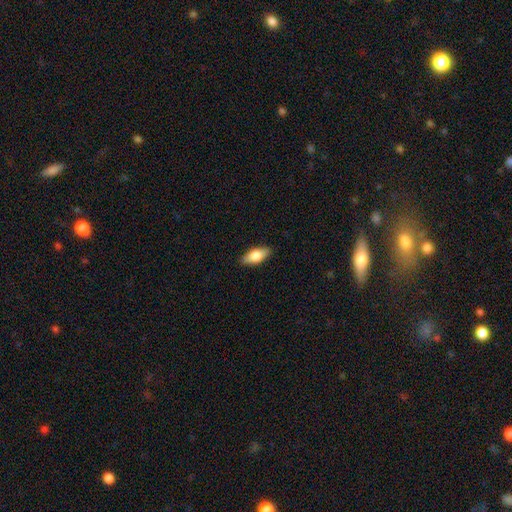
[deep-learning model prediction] Morphology: type=smooth (73%); roundness=in between (84%); merging=none (88%).